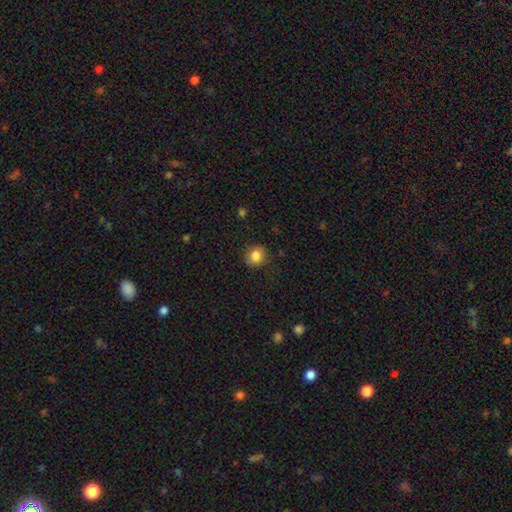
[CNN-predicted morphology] smooth_or_featured: smooth (p=0.83) [alt: star or artifact p=0.10]
how_rounded: round (p=0.75) [alt: in between p=0.24]
merging: none (p=0.83) [alt: minor disturbance p=0.13]